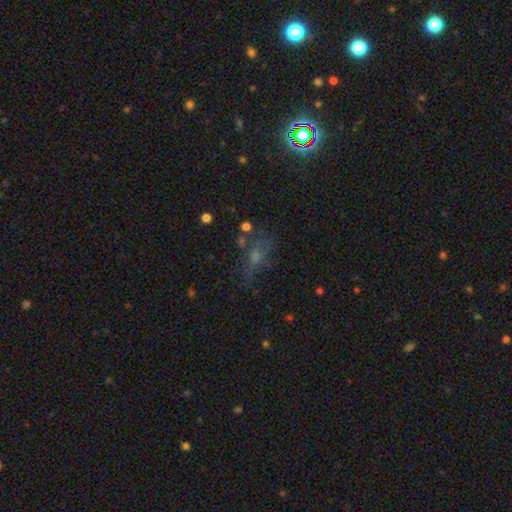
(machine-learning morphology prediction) Smooth or featured? star or artifact (44%)